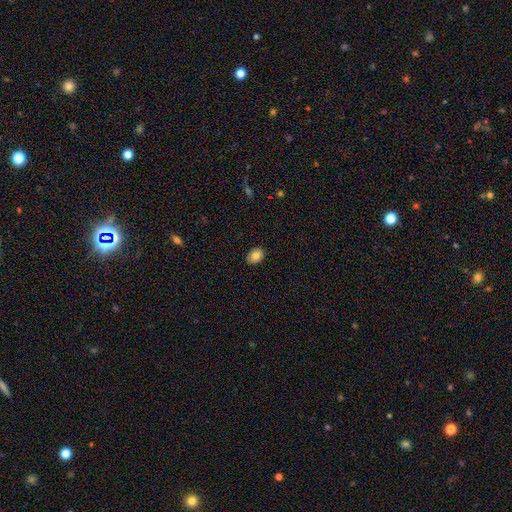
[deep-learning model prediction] Smooth or featured? Predicted: smooth (p=0.83). How rounded? Predicted: in between (p=0.71). Merging? Predicted: none (p=0.89).